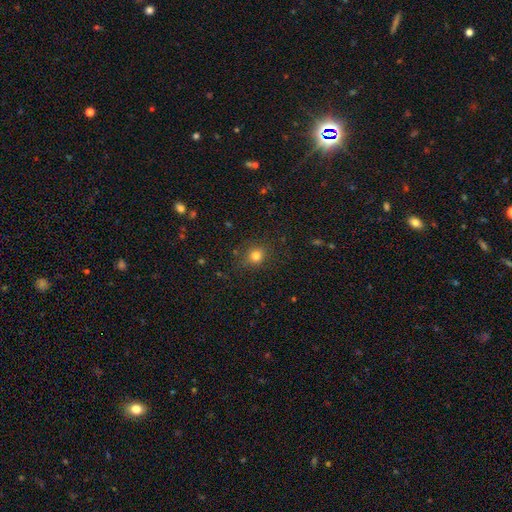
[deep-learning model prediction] Overall: smooth (78%). How rounded: round (81%). Merging: none (84%).